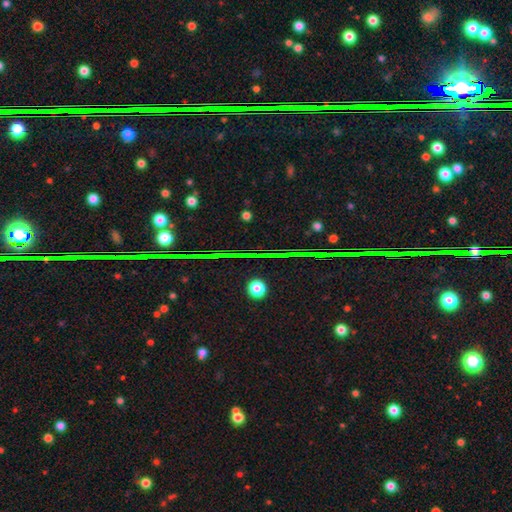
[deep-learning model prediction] Q: Smooth or featured?
A: star or artifact (82%); runner-up: smooth (10%)